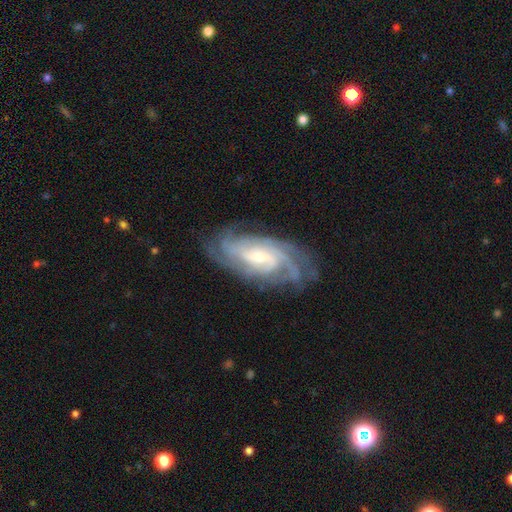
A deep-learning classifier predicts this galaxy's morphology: smooth_or_featured: featured or disk (p=0.88) [alt: smooth p=0.06]
disk_edge_on: no (p=0.93) [alt: yes p=0.07]
bar: no (p=0.43) [alt: weak p=0.41]
has_spiral_arms: yes (p=0.97) [alt: no p=0.03]
spiral_winding: tight (p=0.66) [alt: medium p=0.29]
spiral_arm_count: 4 (p=0.27) [alt: can't tell p=0.25]
bulge_size: small (p=0.51) [alt: moderate p=0.43]
merging: none (p=0.80) [alt: minor disturbance p=0.14]